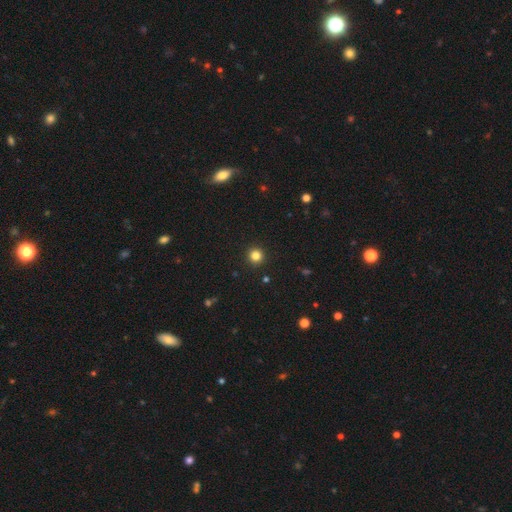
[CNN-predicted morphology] This appears to be a smooth galaxy with no disk features (83%) that is round (95%). Merging: none (93%).